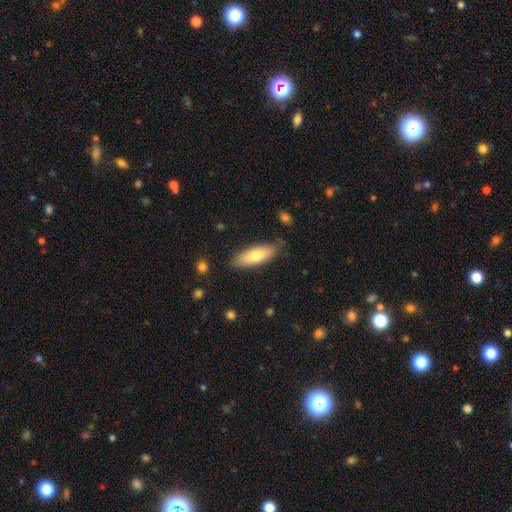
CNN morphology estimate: Smooth or featured? smooth (72%)
How rounded? in between (61%)
Merging? none (82%)